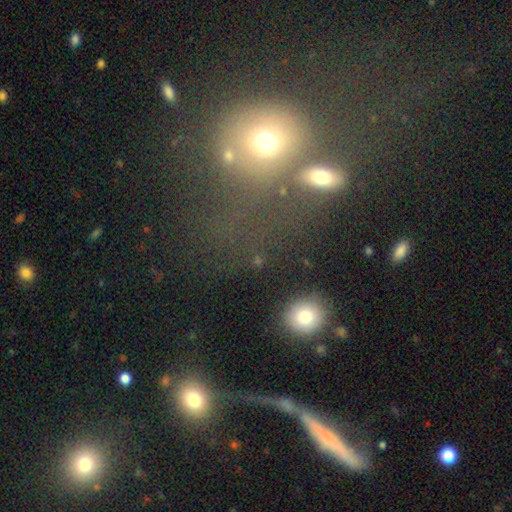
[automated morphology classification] Smooth or featured?
  - smooth: 65% *
  - star or artifact: 20%
  - featured or disk: 15%
How rounded?
  - round: 63% *
  - in between: 32%
  - cigar-shaped: 4%
Merging?
  - none: 61% *
  - merger: 14%
  - major disturbance: 13%
  - minor disturbance: 12%